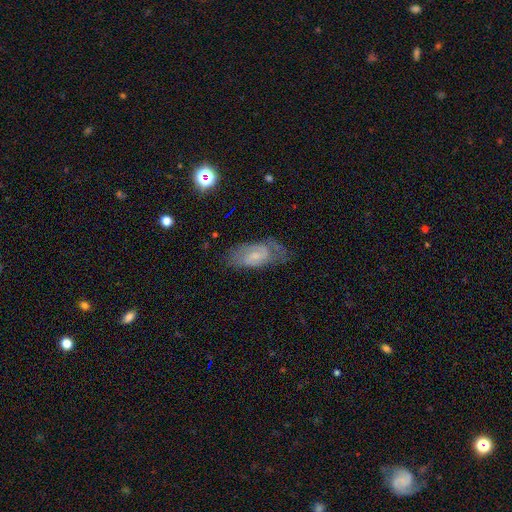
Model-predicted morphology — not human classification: Overall: featured or disk (62%; smooth 29%). Edge-on disk: no (93%). Bar: weak (49%; no 40%). Spiral arms: yes (81%). Bulge size: small (60%; moderate 23%). Merging: none (58%; minor disturbance 25%).